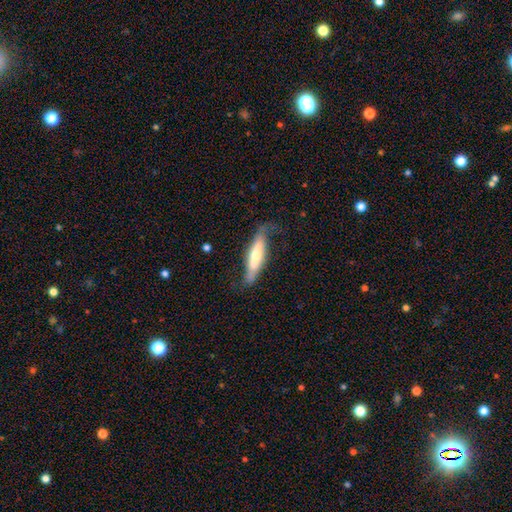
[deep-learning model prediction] A smooth galaxy with no disk features (48%).

Vote fractions:
- Smooth or featured? smooth: 48% / featured or disk: 47% / star or artifact: 5%
- Merging? none: 55% / minor disturbance: 28% / major disturbance: 15% / merger: 2%